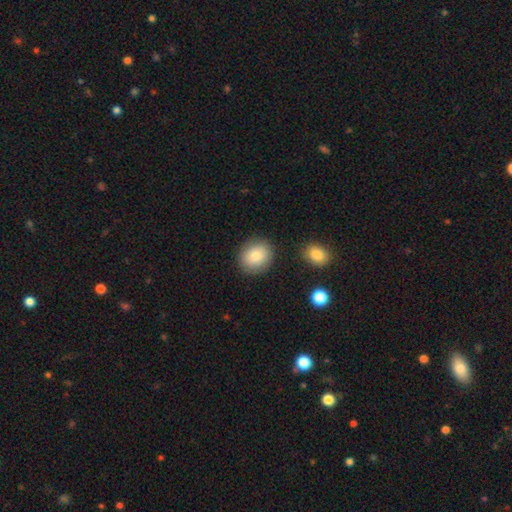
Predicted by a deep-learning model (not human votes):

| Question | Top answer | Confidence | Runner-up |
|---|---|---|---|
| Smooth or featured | smooth | 85% | featured or disk (8%) |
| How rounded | round | 74% | in between (25%) |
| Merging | none | 87% | minor disturbance (8%) |